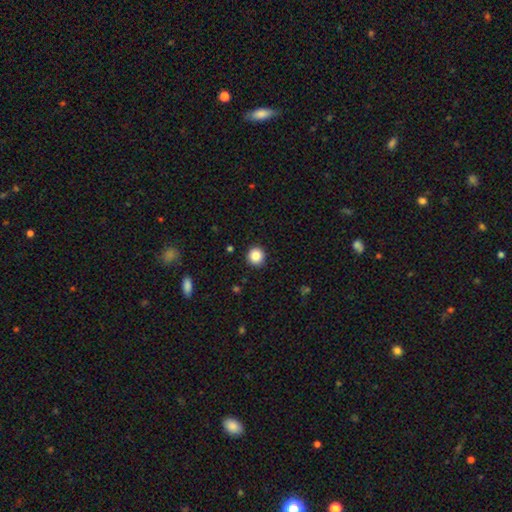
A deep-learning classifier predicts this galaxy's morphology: Smooth or featured? smooth (86%)
How rounded? round (94%)
Merging? none (92%)